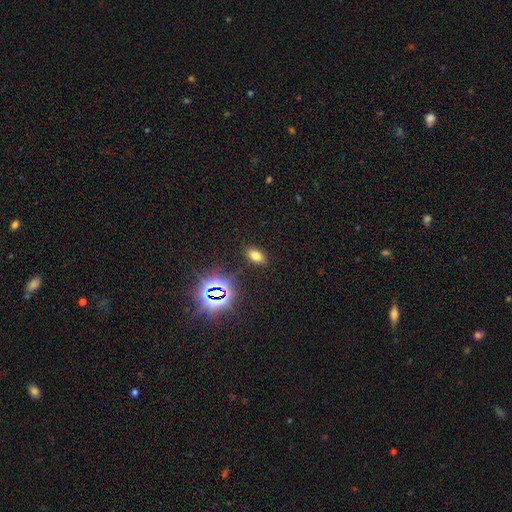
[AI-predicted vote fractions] smooth 67%, star or artifact 24%, featured or disk 9%. Down the decision tree: how rounded — in between (88%); merging — none (88%).